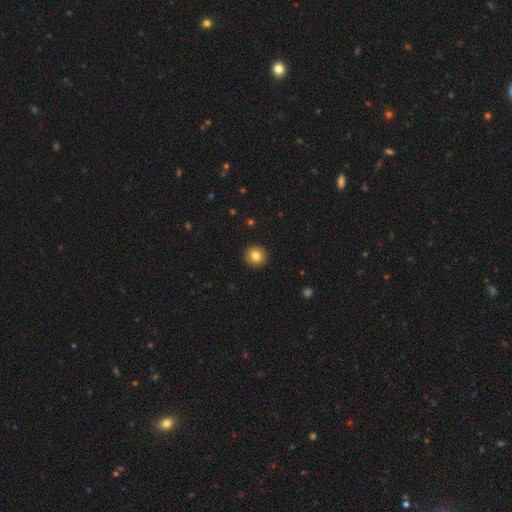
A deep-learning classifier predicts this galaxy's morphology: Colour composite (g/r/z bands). It shows a smooth galaxy with no disk features (82%) that is round (94%). Merging: none (93%).